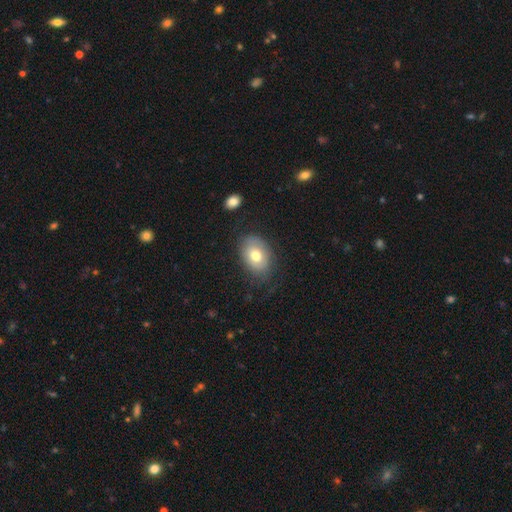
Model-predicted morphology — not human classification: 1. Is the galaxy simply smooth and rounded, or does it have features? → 71% smooth, 21% featured or disk, 8% star or artifact.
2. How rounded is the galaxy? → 76% in between, 23% round, 1% cigar-shaped.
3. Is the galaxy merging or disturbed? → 73% none, 19% minor disturbance, 7% major disturbance, 2% merger.